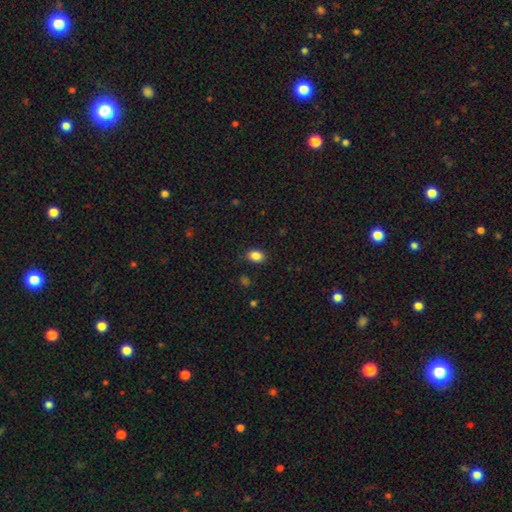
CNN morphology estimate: smooth-or-featured: smooth: 86% | star or artifact: 10% | featured or disk: 4%
  how-rounded: in between: 74% | round: 25% | cigar-shaped: 1%
  merging: none: 82% | minor disturbance: 14% | major disturbance: 3% | merger: 1%